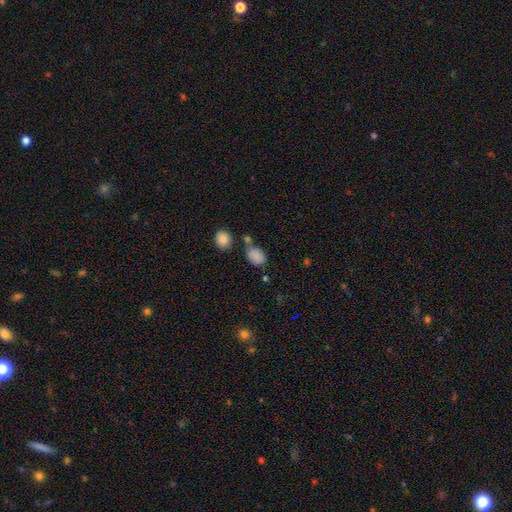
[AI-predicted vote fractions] smooth_or_featured: smooth (p=0.85) [alt: star or artifact p=0.10]
how_rounded: in between (p=0.77) [alt: round p=0.22]
merging: none (p=0.60) [alt: merger p=0.18]